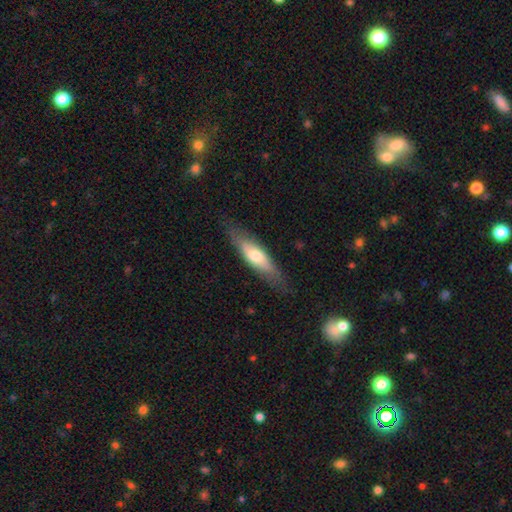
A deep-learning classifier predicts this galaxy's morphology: smooth_or_featured: smooth (p=0.56) [alt: featured or disk p=0.38]
how_rounded: cigar-shaped (p=0.63) [alt: in between p=0.35]
merging: none (p=0.80) [alt: minor disturbance p=0.15]